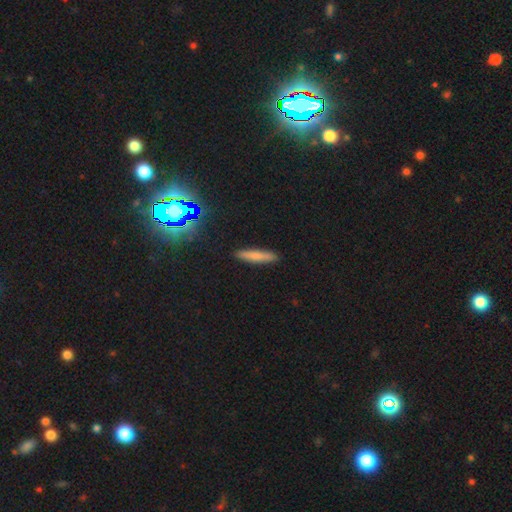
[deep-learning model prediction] Smooth or featured?
  - smooth: 73% *
  - featured or disk: 16%
  - star or artifact: 11%
How rounded?
  - cigar-shaped: 88% *
  - in between: 10%
  - round: 2%
Merging?
  - none: 90% *
  - minor disturbance: 7%
  - major disturbance: 2%
  - merger: 1%